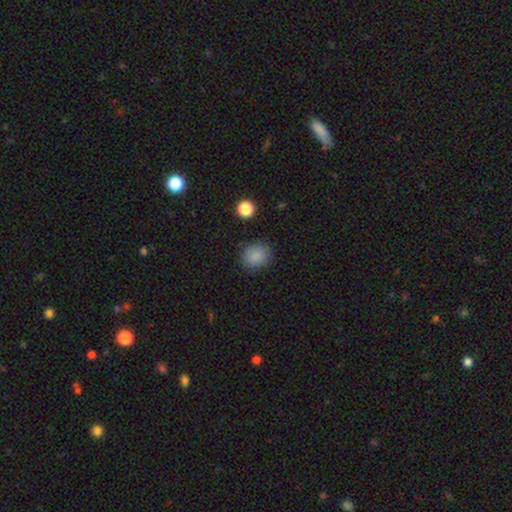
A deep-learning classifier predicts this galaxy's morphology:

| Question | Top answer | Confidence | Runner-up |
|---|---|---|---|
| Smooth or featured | smooth | 86% | star or artifact (10%) |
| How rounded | round | 72% | in between (27%) |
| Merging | none | 84% | minor disturbance (11%) |